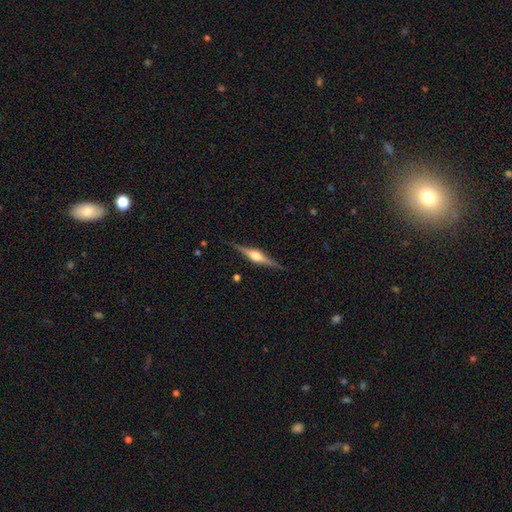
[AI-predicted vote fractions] Overall: featured or disk (81%). Edge-on disk: yes (98%). Edge-on bulge: rounded (93%). Merging: none (89%).